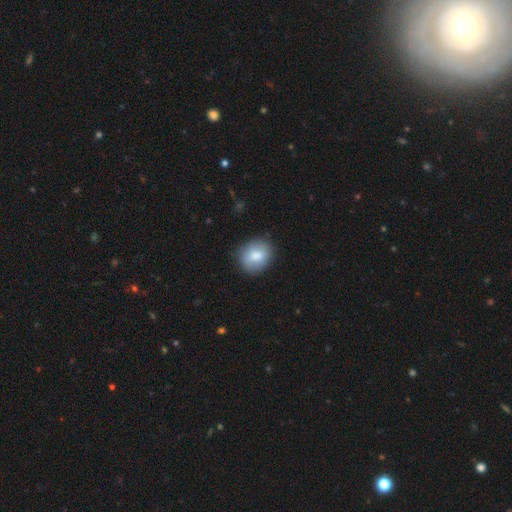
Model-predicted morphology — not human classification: Smooth or featured? Predicted: smooth (p=0.81). How rounded? Predicted: round (p=0.54). Merging? Predicted: none (p=0.82).